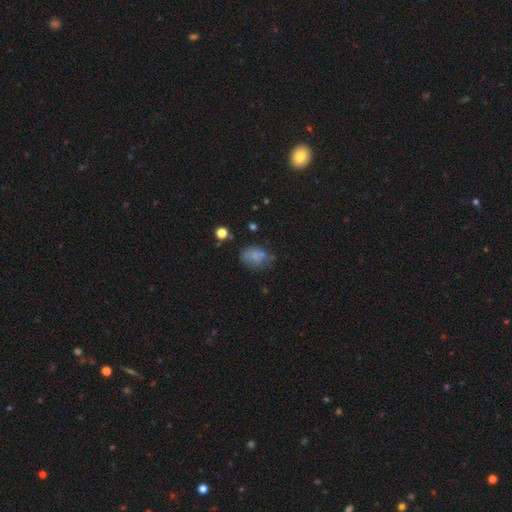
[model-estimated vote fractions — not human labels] A smooth galaxy with no disk features (64%) that is in between round and cigar-shaped (66%).

Vote fractions:
- Smooth or featured? smooth: 64% / featured or disk: 21% / star or artifact: 14%
- How rounded? in between: 66% / round: 33% / cigar-shaped: 1%
- Merging? none: 48% / minor disturbance: 29% / major disturbance: 15% / merger: 8%